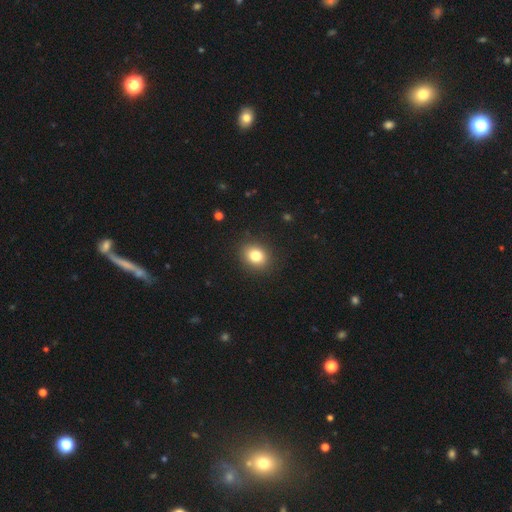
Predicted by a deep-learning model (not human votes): A smooth galaxy with no disk features (80%) that is round (56%).

Vote fractions:
- Smooth or featured? smooth: 80% / star or artifact: 11% / featured or disk: 8%
- How rounded? round: 56% / in between: 43% / cigar-shaped: 1%
- Merging? none: 89% / minor disturbance: 7% / major disturbance: 2% / merger: 1%